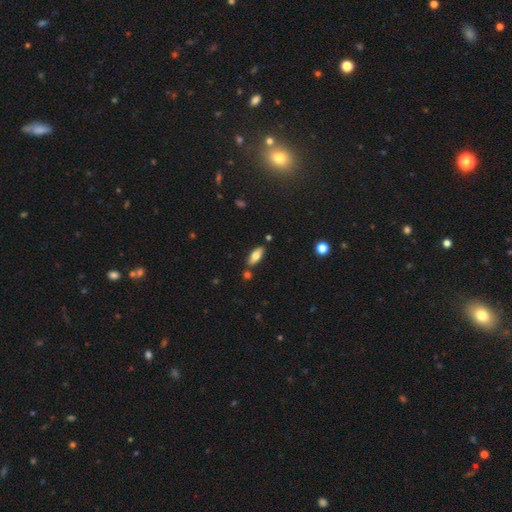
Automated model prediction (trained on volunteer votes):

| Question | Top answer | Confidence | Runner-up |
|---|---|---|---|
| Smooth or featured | smooth | 70% | featured or disk (23%) |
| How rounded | in between | 78% | cigar-shaped (20%) |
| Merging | none | 79% | minor disturbance (11%) |